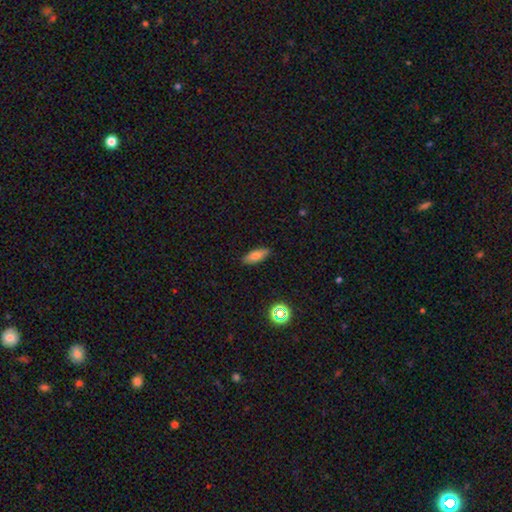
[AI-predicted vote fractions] smooth 75%, featured or disk 16%, star or artifact 10%. Down the decision tree: how rounded — in between (72%); merging — none (88%).